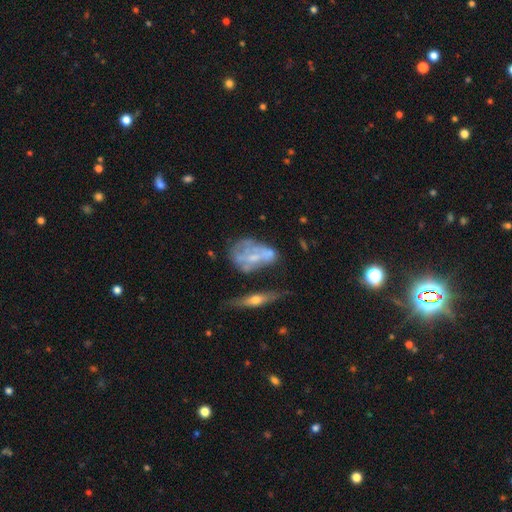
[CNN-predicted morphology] Overall: featured or disk (60%; smooth 29%). Edge-on disk: no (90%). Bar: no (74%). Spiral arms: no (71%). Bulge size: small (44%; none 27%). Merging: none (36%; minor disturbance 23%).